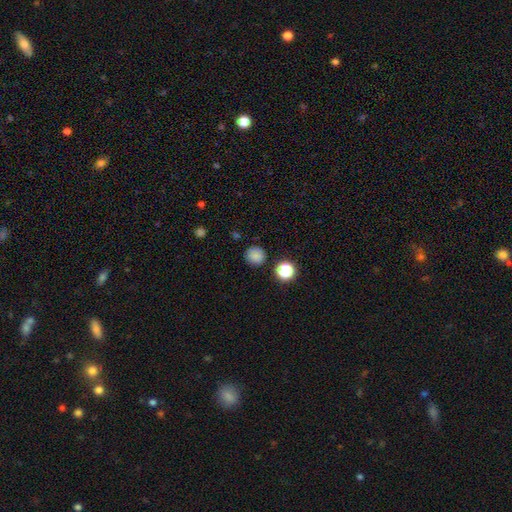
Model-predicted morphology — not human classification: This is clearly a smooth galaxy (82%). How rounded: clearly round (91%). Merging: clearly none (85%).